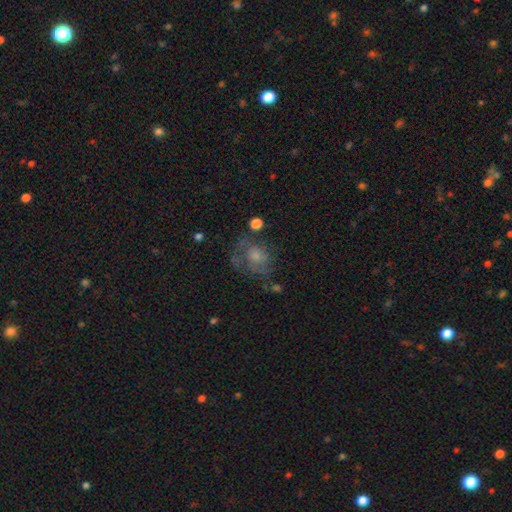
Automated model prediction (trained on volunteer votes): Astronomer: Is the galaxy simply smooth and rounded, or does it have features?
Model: featured or disk — 50% (runner-up: smooth, 36%).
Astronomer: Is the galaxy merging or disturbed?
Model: none — 49% (runner-up: major disturbance, 24%).